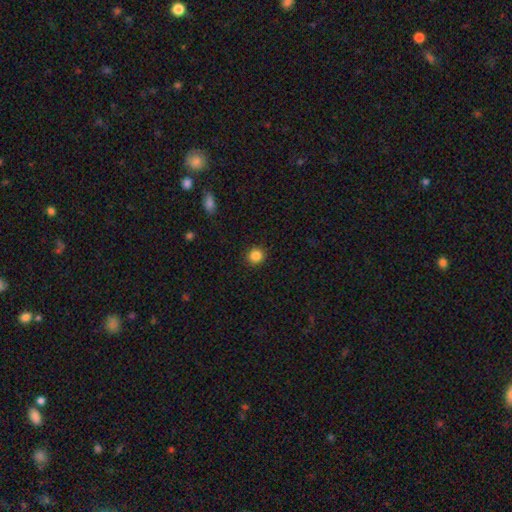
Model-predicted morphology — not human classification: This appears to be a smooth galaxy with no disk features (85%) that is round (91%). Merging: none (92%).